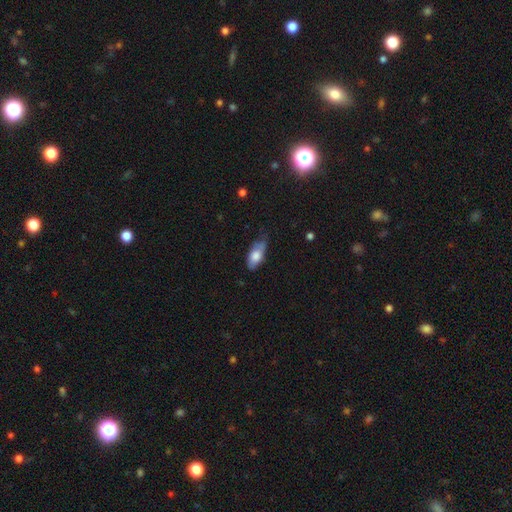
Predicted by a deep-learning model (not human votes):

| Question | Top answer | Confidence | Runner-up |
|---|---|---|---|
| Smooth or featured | smooth | 73% | featured or disk (21%) |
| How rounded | in between | 83% | cigar-shaped (13%) |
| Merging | none | 53% | minor disturbance (36%) |